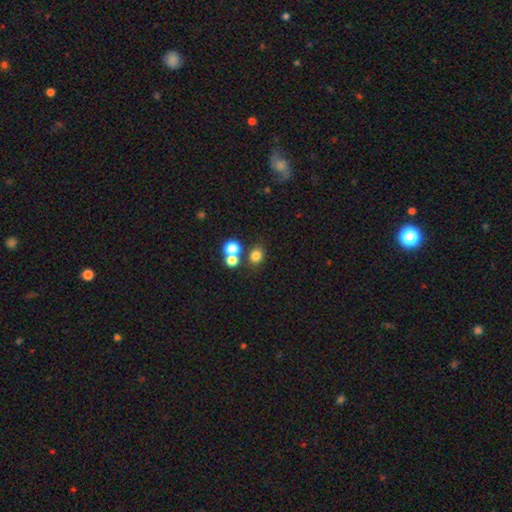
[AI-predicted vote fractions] This is likely a smooth galaxy (78%). How rounded: likely round (68%). Merging: likely none (68%).